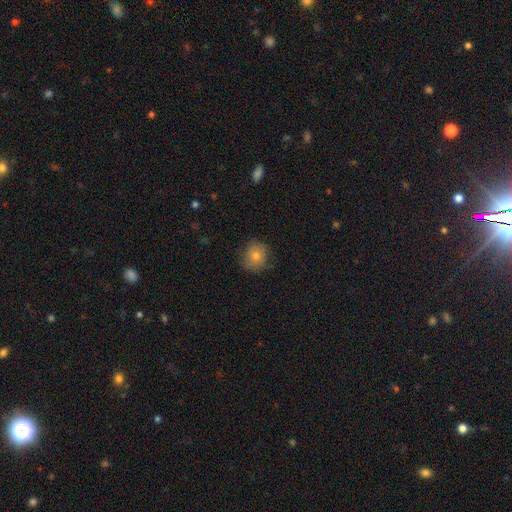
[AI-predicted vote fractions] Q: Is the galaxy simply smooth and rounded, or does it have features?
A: smooth — 72%.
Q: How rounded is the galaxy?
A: round — 83%.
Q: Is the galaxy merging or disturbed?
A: none — 80%.